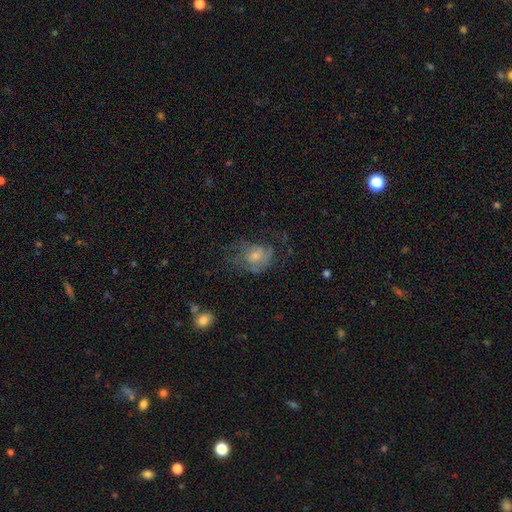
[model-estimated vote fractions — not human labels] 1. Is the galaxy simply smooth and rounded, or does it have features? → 54% featured or disk, 32% smooth, 14% star or artifact.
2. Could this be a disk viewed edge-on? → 97% no, 3% yes.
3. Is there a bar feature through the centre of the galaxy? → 72% no, 24% weak, 4% strong.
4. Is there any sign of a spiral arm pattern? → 70% yes, 30% no.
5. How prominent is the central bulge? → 44% moderate, 40% small, 8% none, 6% large, 2% dominant.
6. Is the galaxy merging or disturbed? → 50% none, 25% major disturbance, 23% minor disturbance, 2% merger.